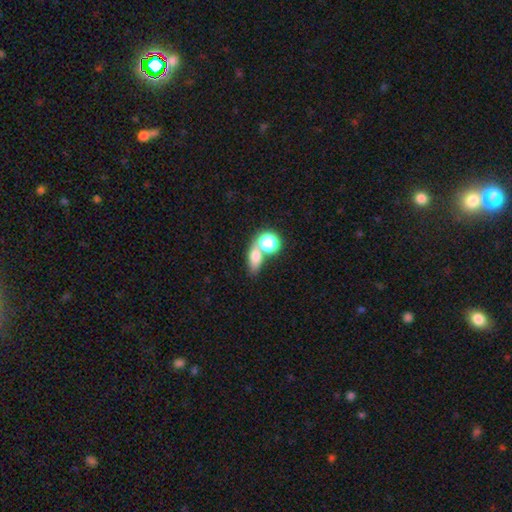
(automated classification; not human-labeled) A smooth galaxy with no disk features (68%) that is in between round and cigar-shaped (62%). Merging: none (51%).